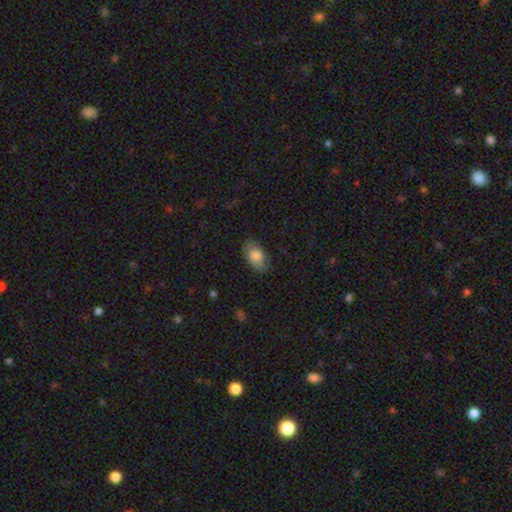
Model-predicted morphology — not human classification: A smooth galaxy with no disk features (81%) that is in between round and cigar-shaped (92%). Merging: none (76%).